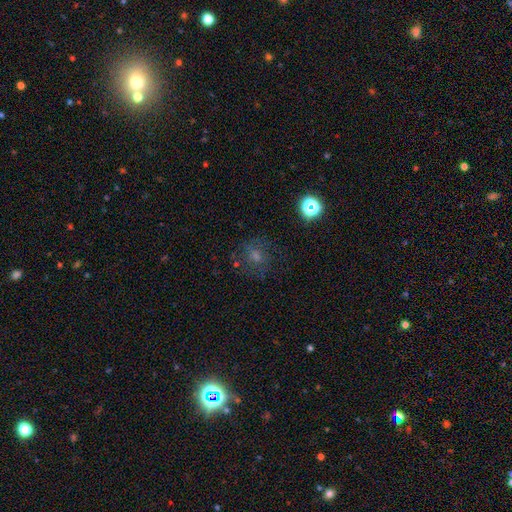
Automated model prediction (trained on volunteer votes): smooth_or_featured: smooth (p=0.49) [alt: star or artifact p=0.27]
merging: none (p=0.70) [alt: minor disturbance p=0.16]